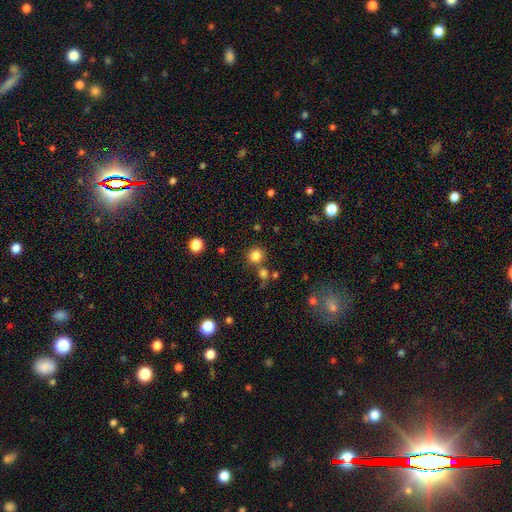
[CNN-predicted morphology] Smooth or featured? Predicted: smooth (p=0.82). How rounded? Predicted: round (p=0.90). Merging? Predicted: none (p=0.77).